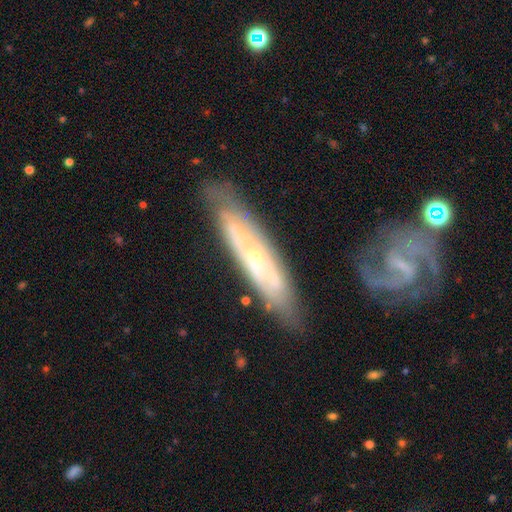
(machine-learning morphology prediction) The model was most divided on "edge-on disk": no: 68%, yes: 32%. More confident: merging — none (76%); smooth or featured — featured or disk (73%).